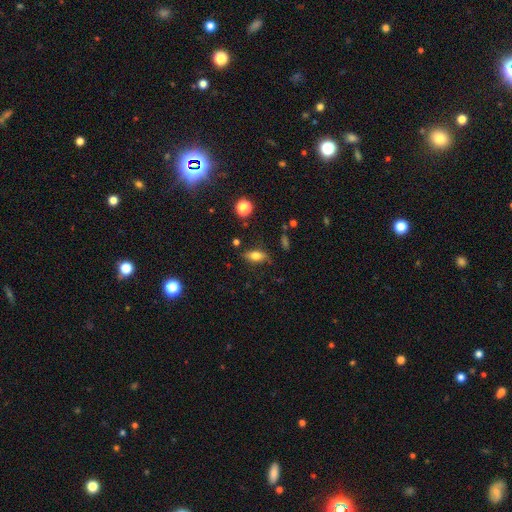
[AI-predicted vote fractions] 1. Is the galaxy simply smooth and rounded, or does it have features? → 72% smooth, 18% featured or disk, 10% star or artifact.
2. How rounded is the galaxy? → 79% in between, 15% cigar-shaped, 6% round.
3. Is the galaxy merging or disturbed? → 82% none, 13% minor disturbance, 3% major disturbance, 2% merger.